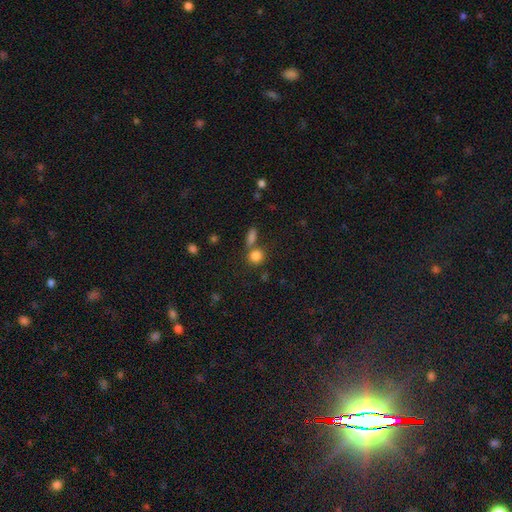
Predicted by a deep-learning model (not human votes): A smooth galaxy with no disk features (83%) that is round (81%).

Vote fractions:
- Smooth or featured? smooth: 83% / star or artifact: 11% / featured or disk: 6%
- How rounded? round: 81% / in between: 17% / cigar-shaped: 2%
- Merging? none: 61% / merger: 26% / minor disturbance: 9% / major disturbance: 4%